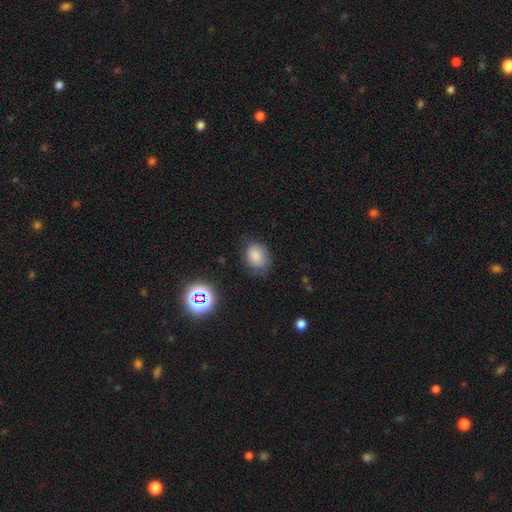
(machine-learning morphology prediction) smooth 81%, star or artifact 12%, featured or disk 7%. Down the decision tree: how rounded — in between (58%); merging — none (70%).